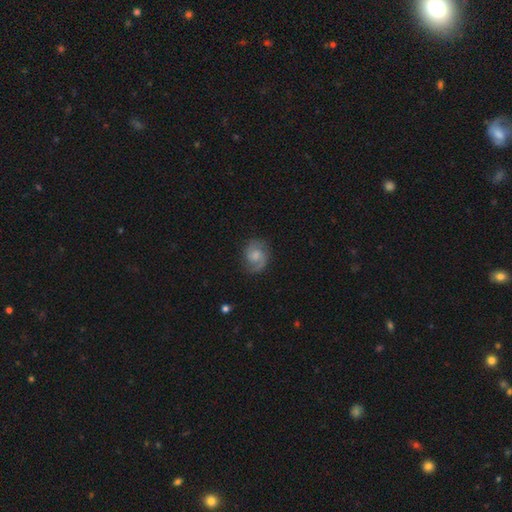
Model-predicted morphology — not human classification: Overall: featured or disk (75%). Edge-on disk: no (98%). Bar: no (55%; weak 40%). Spiral arms: yes (96%). Spiral arm count: 2 (86%). Spiral winding: medium (52%; tight 27%). Bulge size: moderate (36%; small 31%). Merging: none (77%).